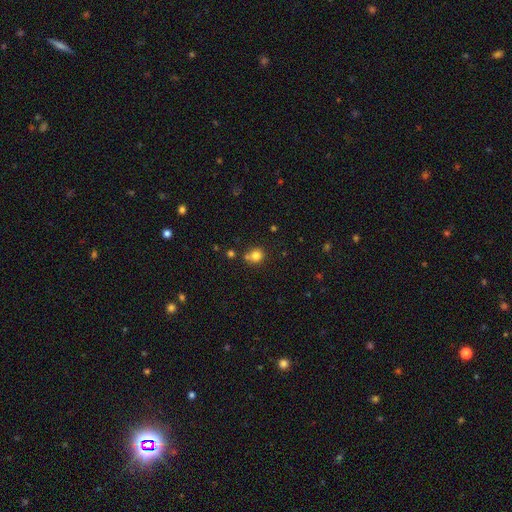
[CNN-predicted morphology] A smooth galaxy with no disk features (80%) that is round (87%).

Vote fractions:
- Smooth or featured? smooth: 80% / star or artifact: 13% / featured or disk: 7%
- How rounded? round: 87% / in between: 12% / cigar-shaped: 1%
- Merging? none: 64% / merger: 23% / minor disturbance: 10% / major disturbance: 3%